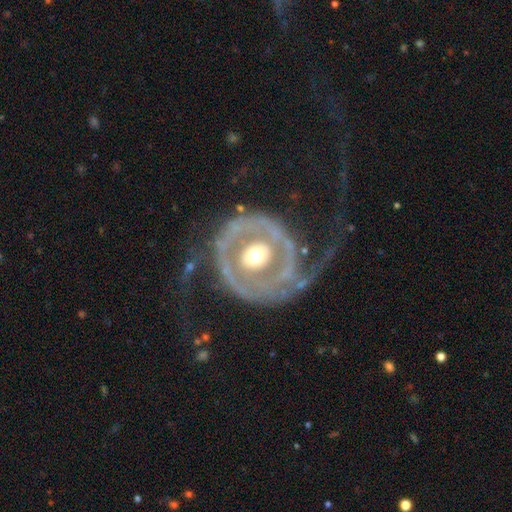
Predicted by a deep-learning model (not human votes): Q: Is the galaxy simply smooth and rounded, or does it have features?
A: featured or disk — 78%.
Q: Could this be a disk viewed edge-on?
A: no — 96%.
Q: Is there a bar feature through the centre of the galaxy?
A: no — 71%.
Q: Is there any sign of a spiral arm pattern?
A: yes — 53%.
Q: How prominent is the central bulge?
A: moderate — 70%.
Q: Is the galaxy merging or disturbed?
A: none — 53%.